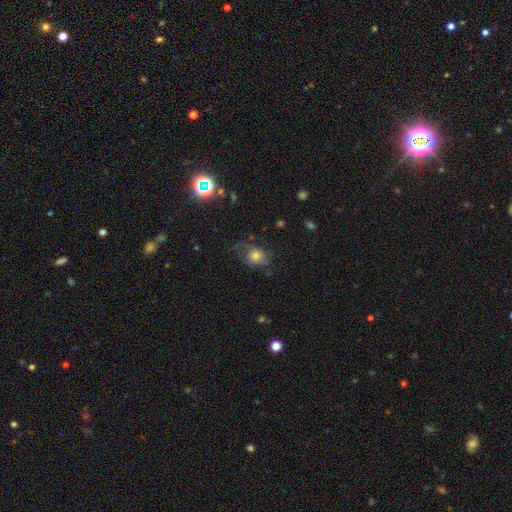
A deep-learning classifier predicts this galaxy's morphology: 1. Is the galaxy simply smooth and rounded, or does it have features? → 61% smooth, 26% featured or disk, 13% star or artifact.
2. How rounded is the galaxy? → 52% round, 47% in between, 1% cigar-shaped.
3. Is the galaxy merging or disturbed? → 48% none, 25% minor disturbance, 24% major disturbance, 2% merger.